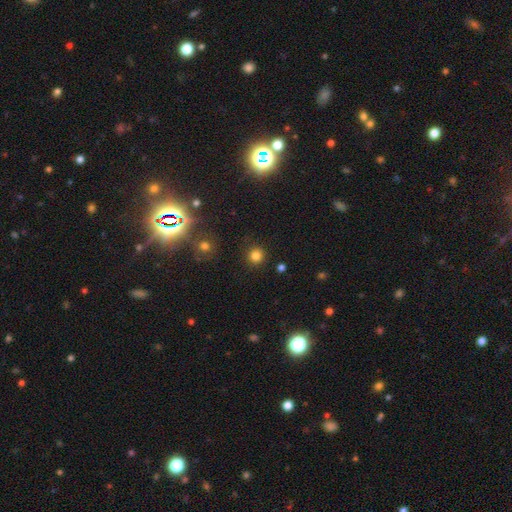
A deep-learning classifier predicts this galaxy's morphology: smooth_or_featured: smooth (p=0.81) [alt: star or artifact p=0.15]
how_rounded: round (p=0.94) [alt: in between p=0.05]
merging: none (p=0.89) [alt: minor disturbance p=0.06]